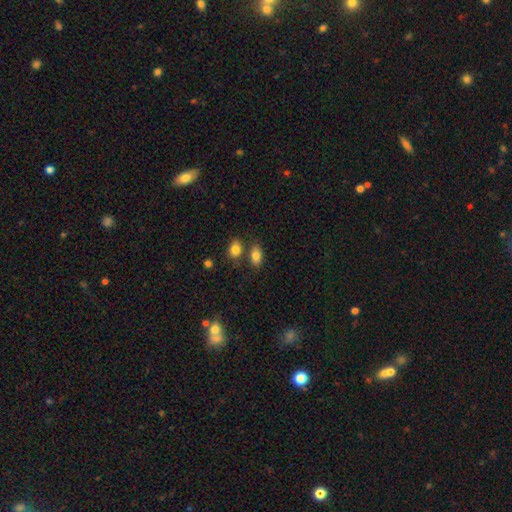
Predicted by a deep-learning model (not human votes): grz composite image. It shows a smooth galaxy with no disk features (83%) that is in between round and cigar-shaped (88%). Merging: none (67%).